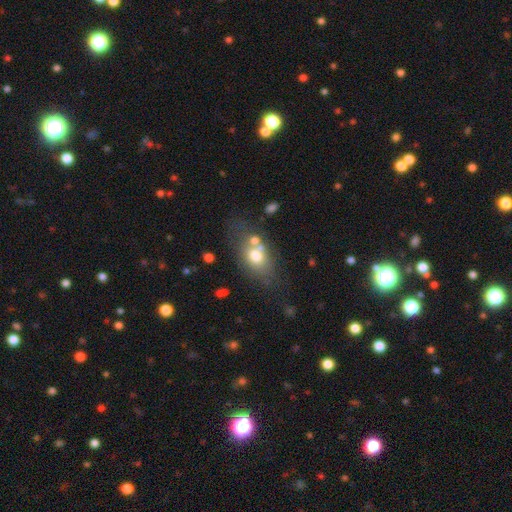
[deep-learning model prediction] smooth_or_featured: smooth (p=0.67) [alt: featured or disk p=0.22]
how_rounded: in between (p=0.72) [alt: round p=0.25]
merging: none (p=0.47) [alt: merger p=0.24]